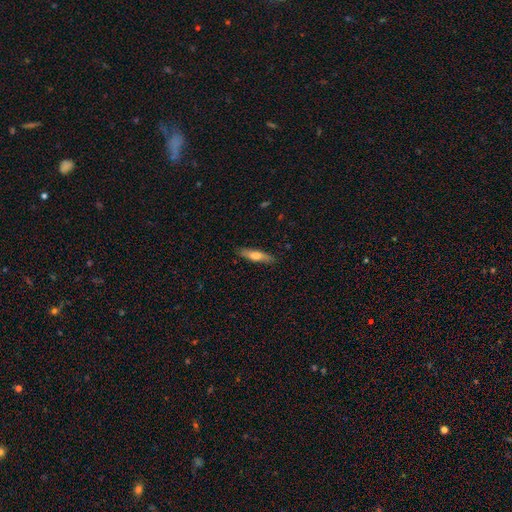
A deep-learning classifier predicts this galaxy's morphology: A smooth galaxy with no disk features (65%) that is cigar-shaped (74%). Merging: none (86%).